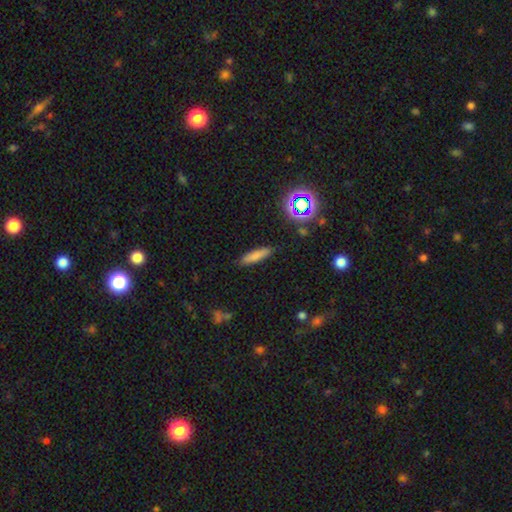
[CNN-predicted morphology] Smooth or featured? Predicted: smooth (p=0.76). How rounded? Predicted: cigar-shaped (p=0.79). Merging? Predicted: none (p=0.87).